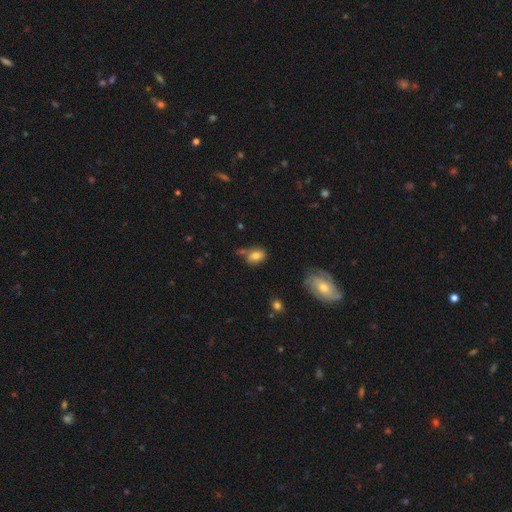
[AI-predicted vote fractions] smooth 73%, featured or disk 17%, star or artifact 11%. Down the decision tree: how rounded — in between (80%); merging — none (55%).